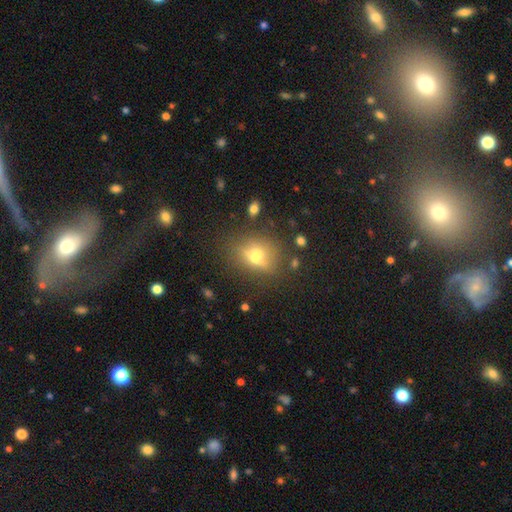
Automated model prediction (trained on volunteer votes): This appears to be a smooth galaxy with no disk features (55%) that is round (48%). Merging: none (51%).